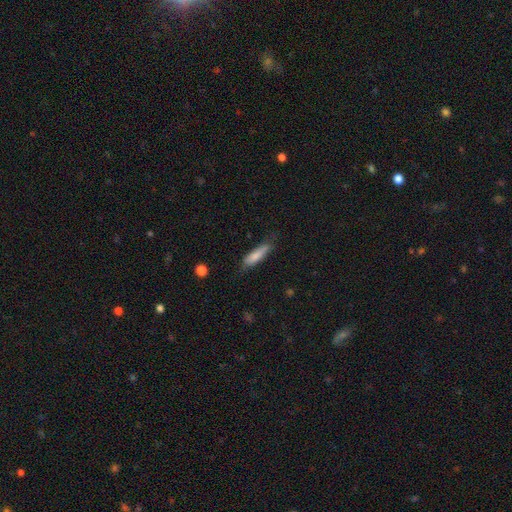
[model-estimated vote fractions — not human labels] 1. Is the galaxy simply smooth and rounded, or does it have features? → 79% smooth, 14% featured or disk, 6% star or artifact.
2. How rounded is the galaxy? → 71% cigar-shaped, 27% in between, 2% round.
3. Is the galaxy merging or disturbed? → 69% none, 24% minor disturbance, 5% major disturbance, 2% merger.